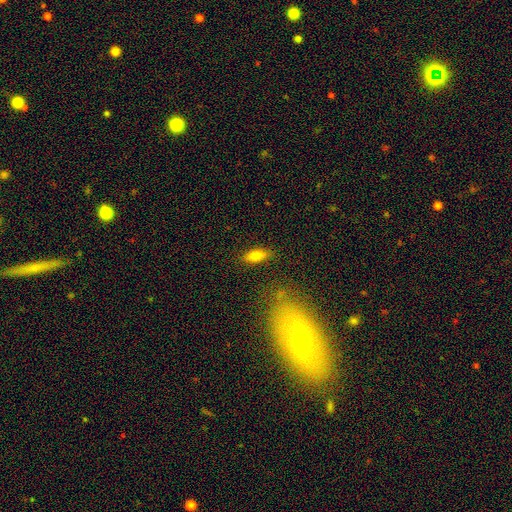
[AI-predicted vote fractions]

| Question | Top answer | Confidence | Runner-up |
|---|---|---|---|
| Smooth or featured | smooth | 76% | featured or disk (15%) |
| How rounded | in between | 74% | cigar-shaped (23%) |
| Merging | none | 83% | minor disturbance (11%) |